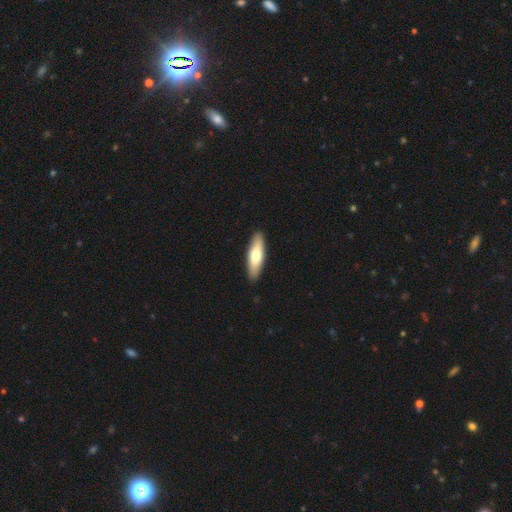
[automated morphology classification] smooth 65%, featured or disk 30%, star or artifact 5%. Down the decision tree: how rounded — cigar-shaped (54%); merging — none (90%).